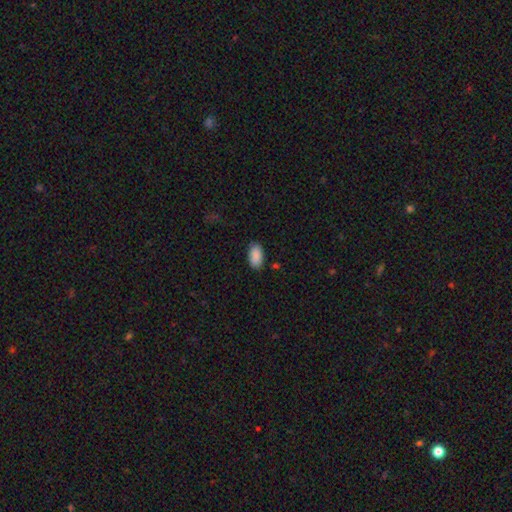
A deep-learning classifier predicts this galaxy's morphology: smooth 90%, star or artifact 7%, featured or disk 4%. Down the decision tree: how rounded — in between (95%); merging — none (84%).